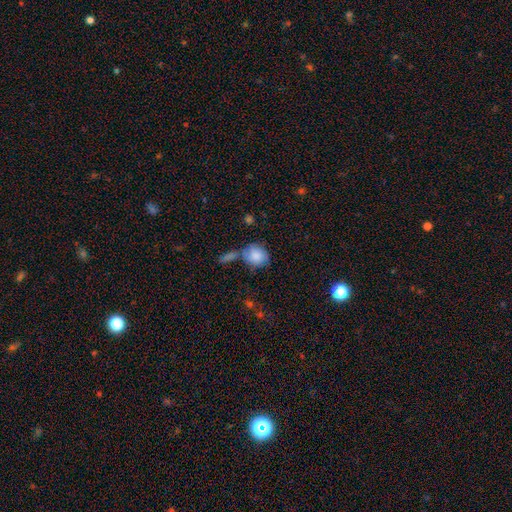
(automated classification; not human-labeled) This is clearly a smooth galaxy (82%). How rounded: likely round (60%). Merging: possibly none (47%).